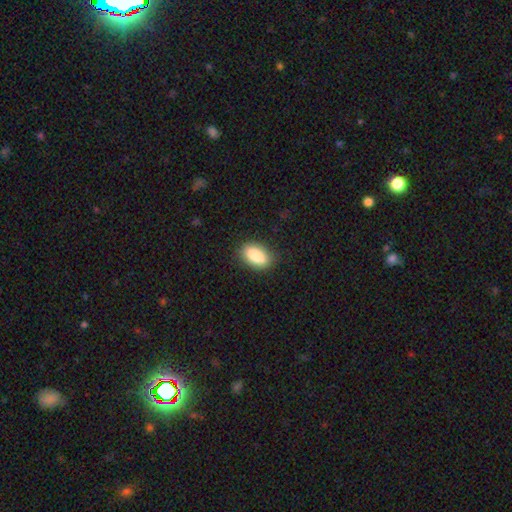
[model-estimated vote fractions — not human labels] Smooth or featured?
  - smooth: 86% *
  - star or artifact: 7%
  - featured or disk: 7%
How rounded?
  - in between: 89% *
  - round: 6%
  - cigar-shaped: 4%
Merging?
  - none: 86% *
  - minor disturbance: 10%
  - major disturbance: 3%
  - merger: 1%